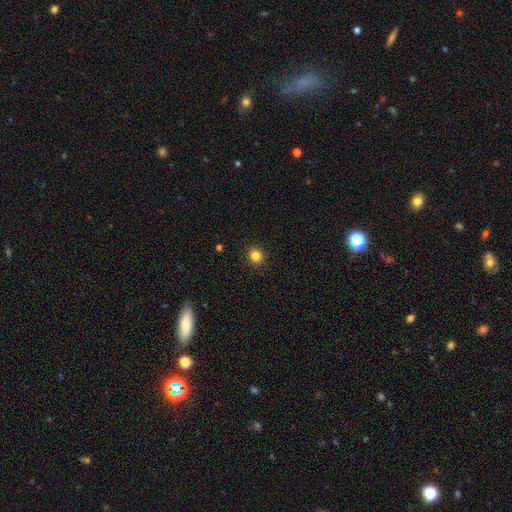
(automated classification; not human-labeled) A smooth galaxy with no disk features (84%) that is round (80%). Merging: none (91%).